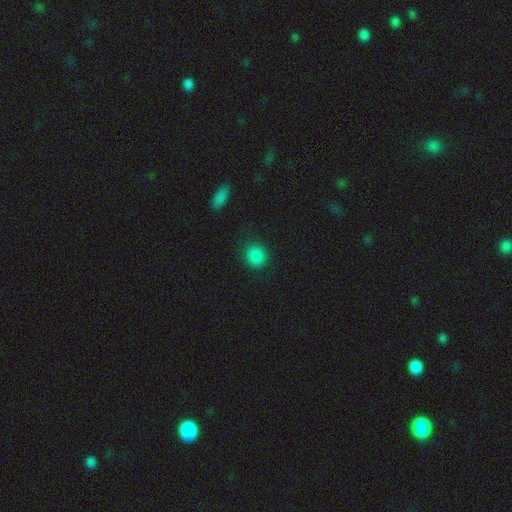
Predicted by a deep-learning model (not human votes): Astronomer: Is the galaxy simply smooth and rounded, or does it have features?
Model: smooth — 86%.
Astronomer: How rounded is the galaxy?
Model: round — 86%.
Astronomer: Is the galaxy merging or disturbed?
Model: none — 88%.